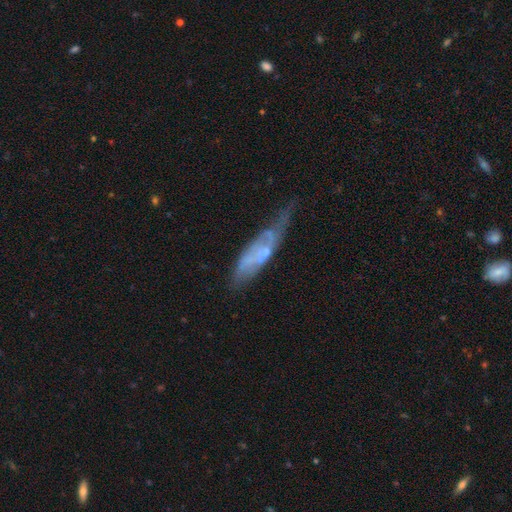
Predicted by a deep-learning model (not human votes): Smooth or featured: featured or disk — 56% (smooth — 35%)
Edge-on disk: no — 63% (yes — 37%)
Merging: none — 41% (minor disturbance — 34%)